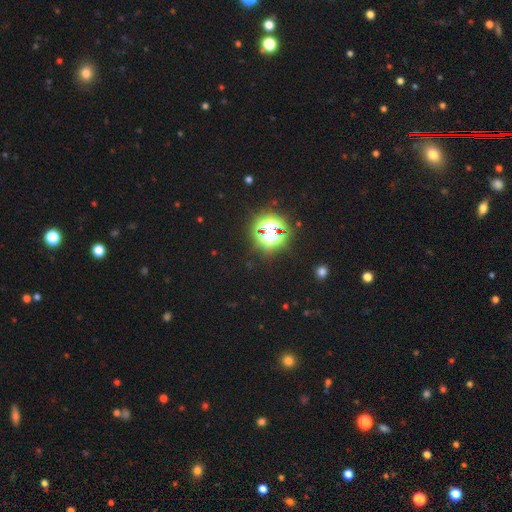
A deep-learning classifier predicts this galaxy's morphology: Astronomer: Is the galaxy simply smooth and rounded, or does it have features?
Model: star or artifact — 81%.